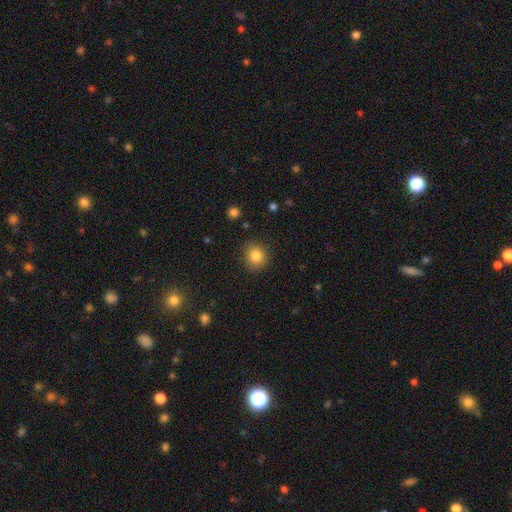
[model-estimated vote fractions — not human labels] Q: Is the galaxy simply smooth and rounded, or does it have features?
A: smooth — 83%.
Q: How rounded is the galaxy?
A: round — 80%.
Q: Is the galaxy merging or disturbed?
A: none — 83%.